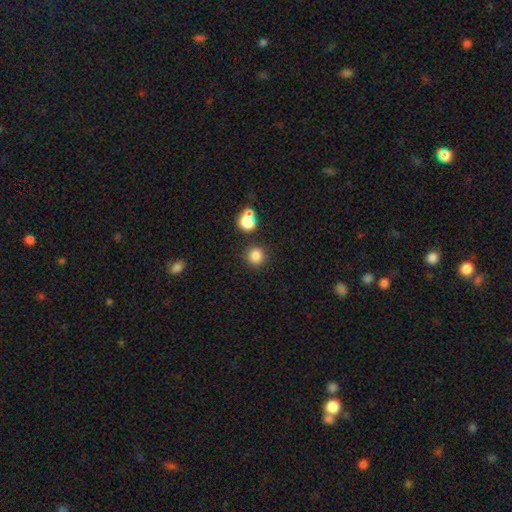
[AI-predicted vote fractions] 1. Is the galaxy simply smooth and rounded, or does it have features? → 83% smooth, 12% star or artifact, 4% featured or disk.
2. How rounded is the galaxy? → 92% round, 7% in between, 1% cigar-shaped.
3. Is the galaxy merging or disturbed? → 85% none, 7% minor disturbance, 6% merger, 3% major disturbance.